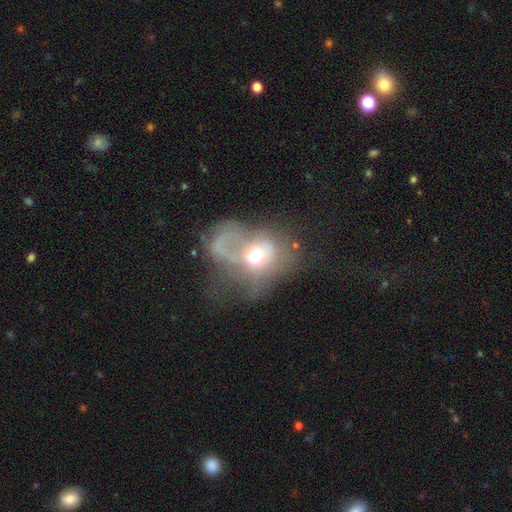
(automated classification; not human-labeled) Smooth or featured? Predicted: smooth (p=0.46). Merging? Predicted: major disturbance (p=0.60).